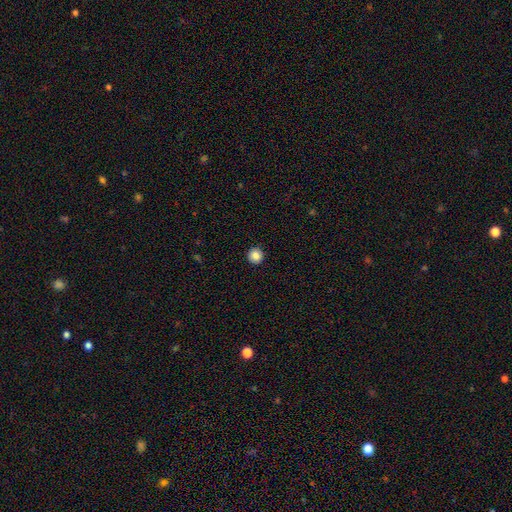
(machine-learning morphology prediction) Smooth or featured?
  - smooth: 84% *
  - star or artifact: 9%
  - featured or disk: 6%
How rounded?
  - round: 95% *
  - in between: 4%
  - cigar-shaped: 1%
Merging?
  - none: 93% *
  - minor disturbance: 4%
  - major disturbance: 1%
  - merger: 1%